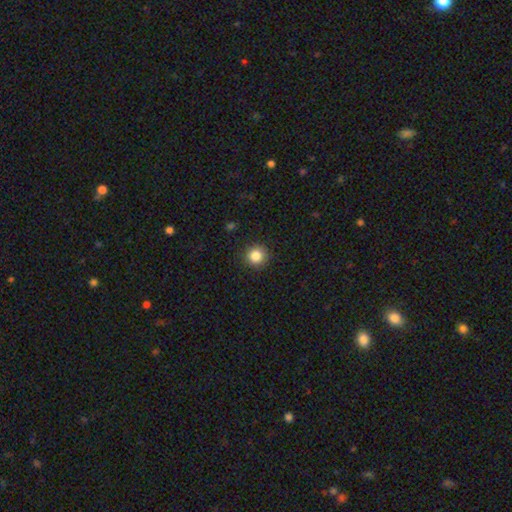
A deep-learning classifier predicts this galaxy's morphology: This appears to be a smooth galaxy with no disk features (85%) that is round (93%). Merging: none (91%).